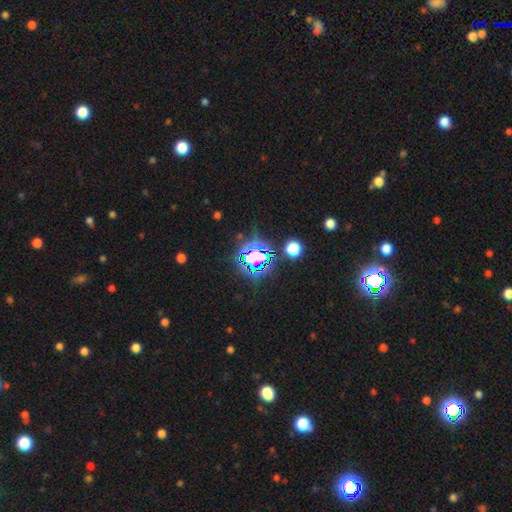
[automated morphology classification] Overall: star or artifact (69%).